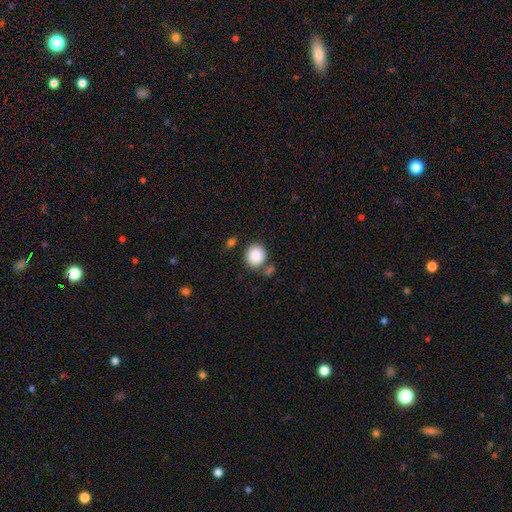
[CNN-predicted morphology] type=smooth (89%); roundness=round (78%); merging=none (74%).